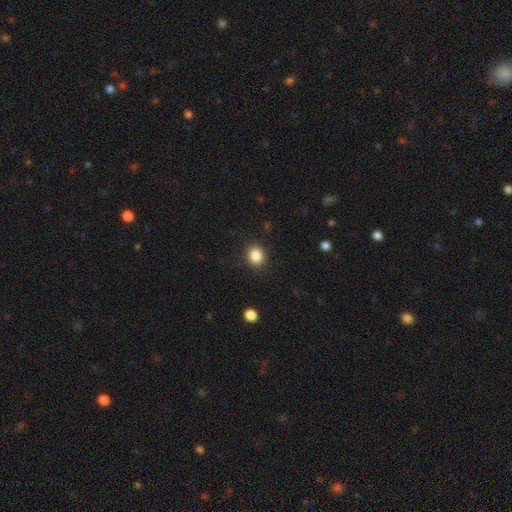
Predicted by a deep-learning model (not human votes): This is clearly a smooth galaxy (86%). How rounded: likely round (66%). Merging: clearly none (89%).